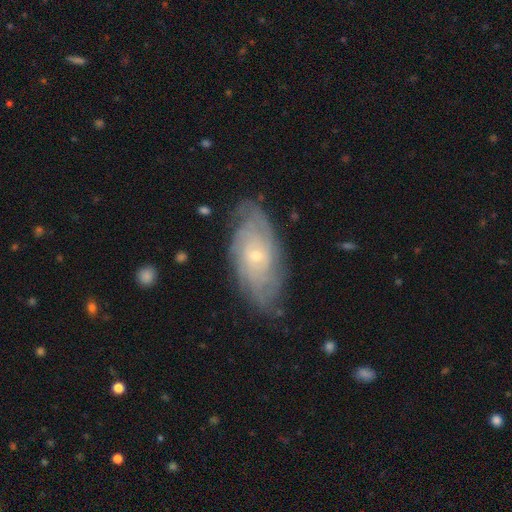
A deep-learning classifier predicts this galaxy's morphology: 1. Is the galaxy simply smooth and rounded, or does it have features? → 76% featured or disk, 18% smooth, 6% star or artifact.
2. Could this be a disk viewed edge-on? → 91% no, 9% yes.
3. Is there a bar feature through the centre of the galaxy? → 75% no, 21% weak, 4% strong.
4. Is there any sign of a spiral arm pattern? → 91% yes, 9% no.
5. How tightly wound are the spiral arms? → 70% tight, 23% medium, 7% loose.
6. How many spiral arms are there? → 53% can't tell, 15% 2, 12% 4, 10% 3, 6% more than 4, 4% 1.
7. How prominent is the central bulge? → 72% small, 24% moderate, 1% none, 1% large, 1% dominant.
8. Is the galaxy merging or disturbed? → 77% none, 17% minor disturbance, 4% major disturbance, 1% merger.